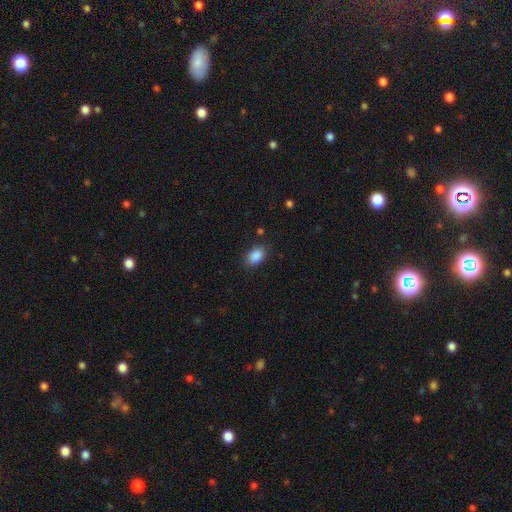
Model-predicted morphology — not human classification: Smooth or featured? Predicted: smooth (p=0.88). How rounded? Predicted: in between (p=0.82). Merging? Predicted: none (p=0.82).